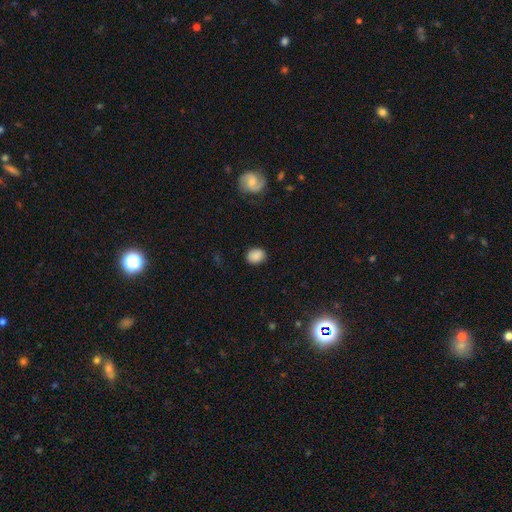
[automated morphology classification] smooth_or_featured: smooth (p=0.86) [alt: star or artifact p=0.09]
how_rounded: in between (p=0.56) [alt: round p=0.43]
merging: none (p=0.86) [alt: minor disturbance p=0.10]